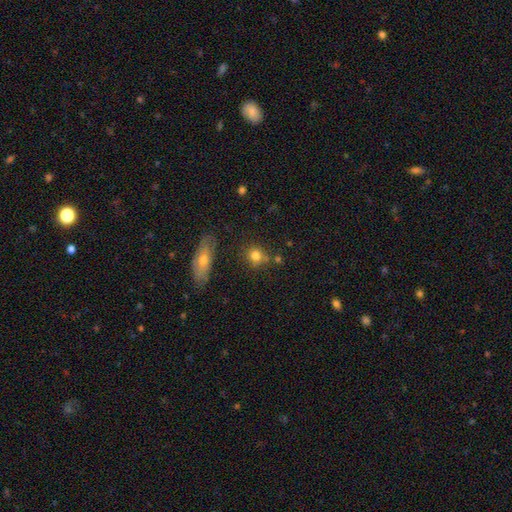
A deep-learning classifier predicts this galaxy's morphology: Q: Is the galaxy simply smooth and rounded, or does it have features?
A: smooth — 79%.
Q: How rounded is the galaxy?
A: round — 76%.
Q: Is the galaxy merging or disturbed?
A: none — 70%.